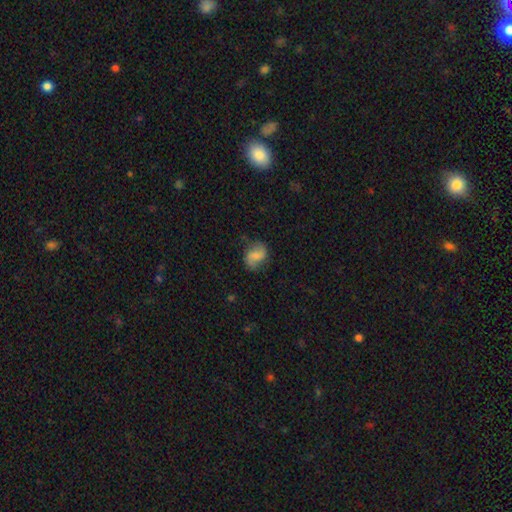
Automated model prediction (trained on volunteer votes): smooth 46% (tied), featured or disk 46% (tied), star or artifact 9%. Down the decision tree: merging — none (66%).